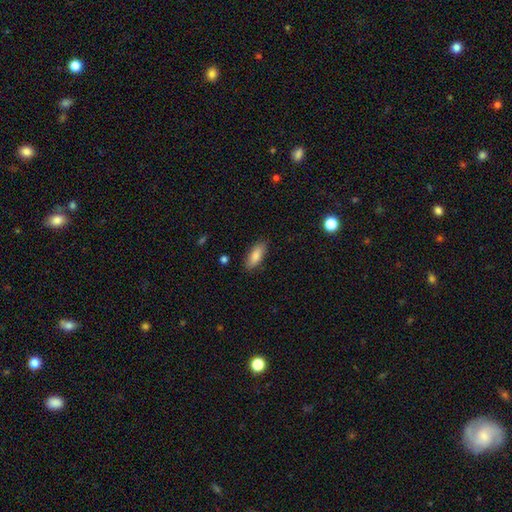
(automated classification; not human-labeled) Smooth or featured? Predicted: smooth (p=0.84). How rounded? Predicted: in between (p=0.77). Merging? Predicted: none (p=0.86).